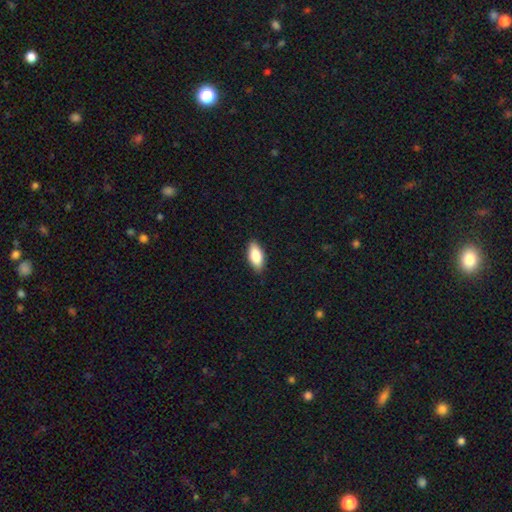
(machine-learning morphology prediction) Smooth or featured? smooth (83%)
How rounded? in between (89%)
Merging? none (88%)